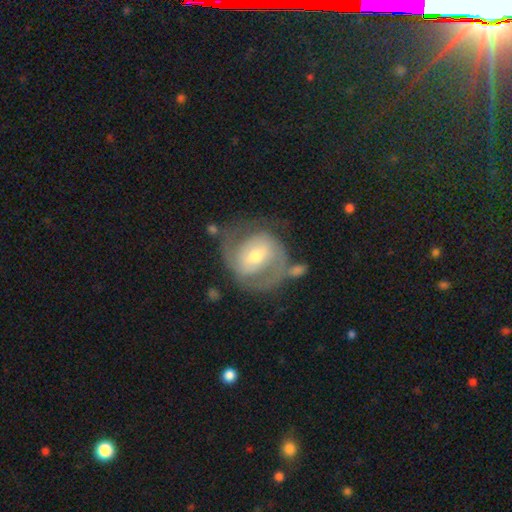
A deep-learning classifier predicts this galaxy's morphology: smooth-or-featured: featured or disk: 79% | smooth: 15% | star or artifact: 5%
  disk-edge-on: no: 97% | yes: 3%
    bar: weak: 48% | no: 30% | strong: 22%
    has-spiral-arms: yes: 88% | no: 12%
      spiral-winding: tight: 44% | medium: 42% | loose: 14%
      spiral-arm-count: 2: 78% | can't tell: 12% | 1: 4% | 3: 3% | 4: 1% | more than 4: 1%
    bulge-size: moderate: 63% | small: 30% | large: 5% | none: 1% | dominant: 1%
  merging: none: 58% | minor disturbance: 20% | major disturbance: 14% | merger: 8%